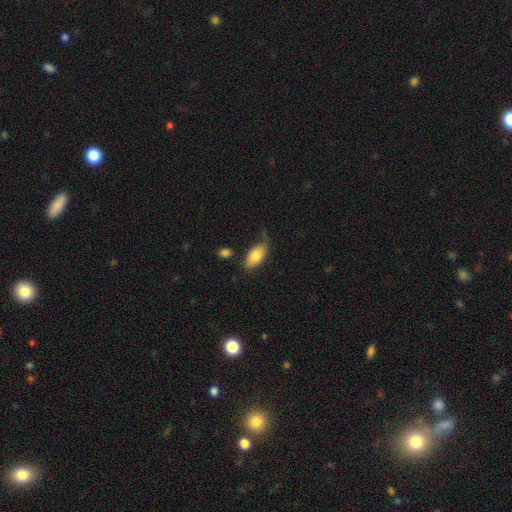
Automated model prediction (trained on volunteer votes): Smooth or featured: smooth — 78% (featured or disk — 15%)
How rounded: in between — 91% (cigar-shaped — 6%)
Merging: none — 57% (minor disturbance — 28%)